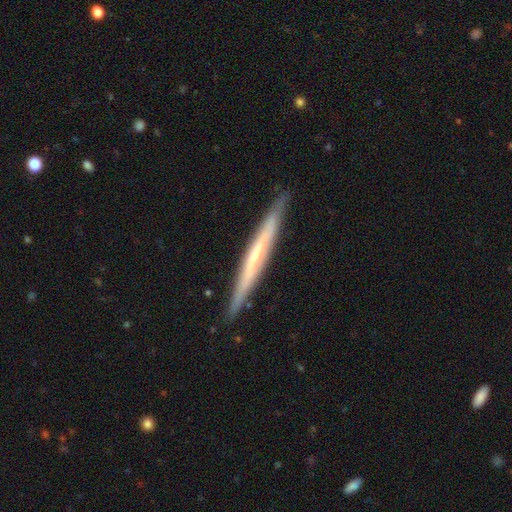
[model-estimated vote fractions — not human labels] Morphology: type=featured or disk (61%); edge-on=yes (95%); edge-on bulge=none (73%); merging=none (88%).